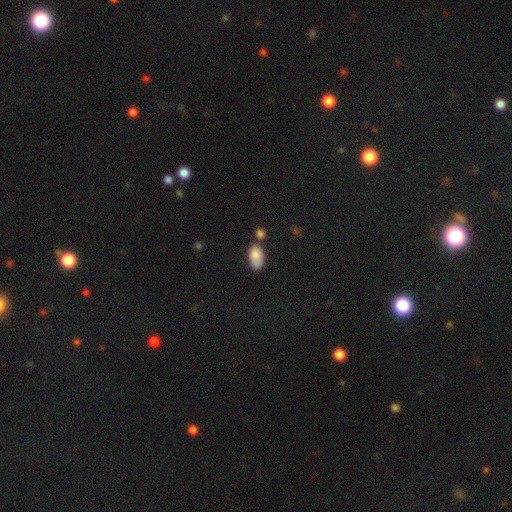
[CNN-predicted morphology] smooth_or_featured: smooth (p=0.84) [alt: featured or disk p=0.09]
how_rounded: in between (p=0.92) [alt: round p=0.06]
merging: none (p=0.49) [alt: minor disturbance p=0.23]